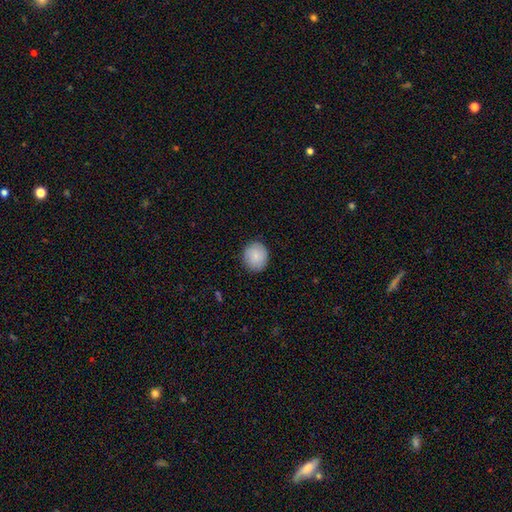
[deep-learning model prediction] A smooth galaxy with no disk features (85%) that is round (79%).

Vote fractions:
- Smooth or featured? smooth: 85% / featured or disk: 8% / star or artifact: 7%
- How rounded? round: 79% / in between: 20% / cigar-shaped: 1%
- Merging? none: 87% / minor disturbance: 10% / major disturbance: 2% / merger: 1%